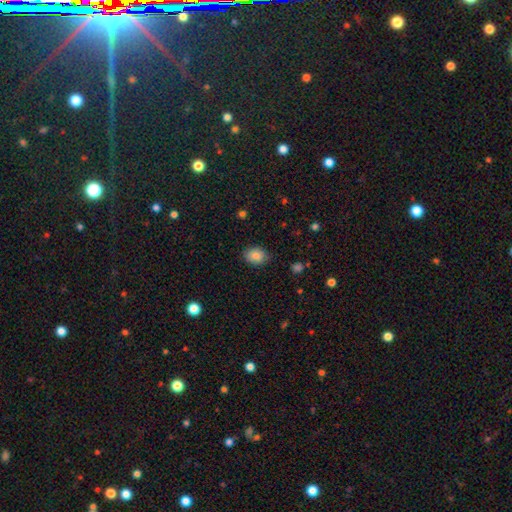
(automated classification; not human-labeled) Smooth or featured?
  - smooth: 86% *
  - star or artifact: 8%
  - featured or disk: 6%
How rounded?
  - in between: 65% *
  - round: 34%
  - cigar-shaped: 1%
Merging?
  - none: 84% *
  - minor disturbance: 13%
  - major disturbance: 3%
  - merger: 1%